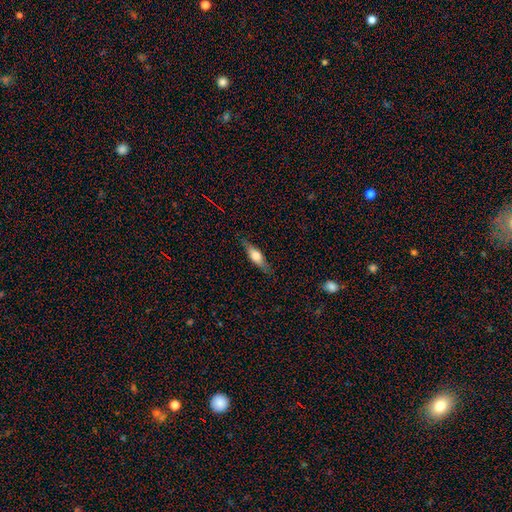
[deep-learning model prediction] smooth-or-featured: smooth: 51% | featured or disk: 43% | star or artifact: 7%
  how-rounded: cigar-shaped: 56% | in between: 41% | round: 3%
  merging: none: 85% | minor disturbance: 12% | major disturbance: 3% | merger: 1%